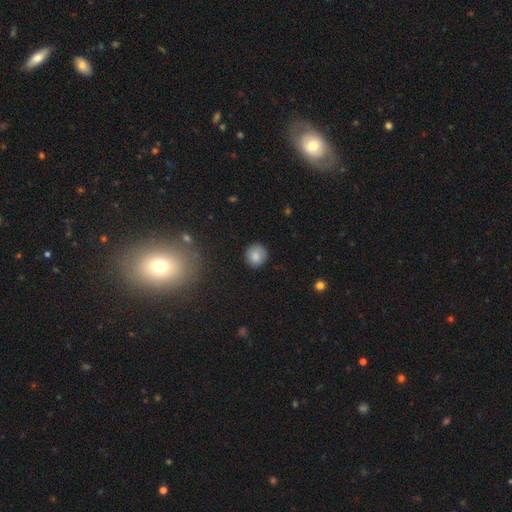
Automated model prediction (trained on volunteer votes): smooth_or_featured: smooth (p=0.84) [alt: star or artifact p=0.09]
how_rounded: round (p=0.92) [alt: in between p=0.07]
merging: none (p=0.89) [alt: minor disturbance p=0.08]